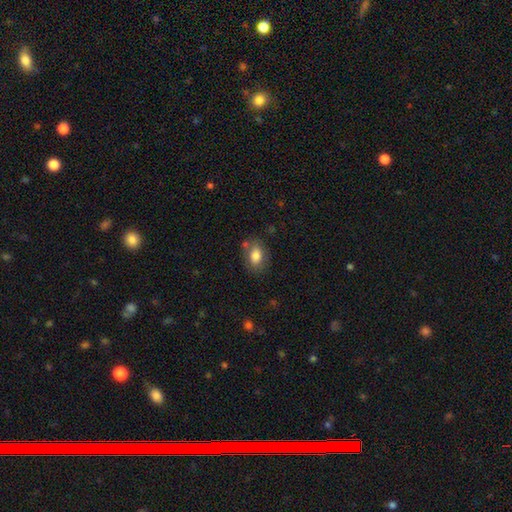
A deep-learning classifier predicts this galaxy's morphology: This appears to be a smooth galaxy with no disk features (80%) that is in between round and cigar-shaped (80%). Merging: none (73%).